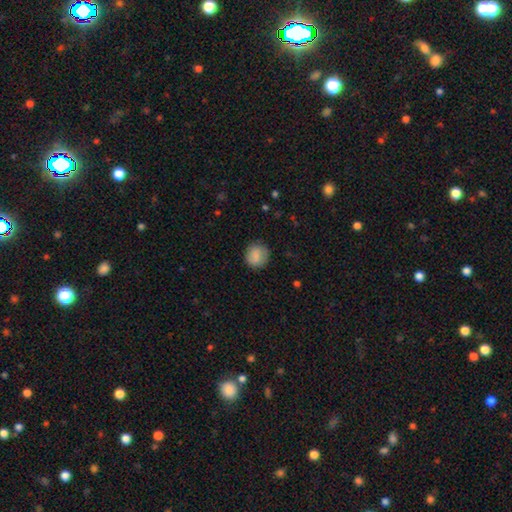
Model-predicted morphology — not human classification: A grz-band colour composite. It shows a smooth galaxy with no disk features (84%) that is round (85%). Merging: none (83%).